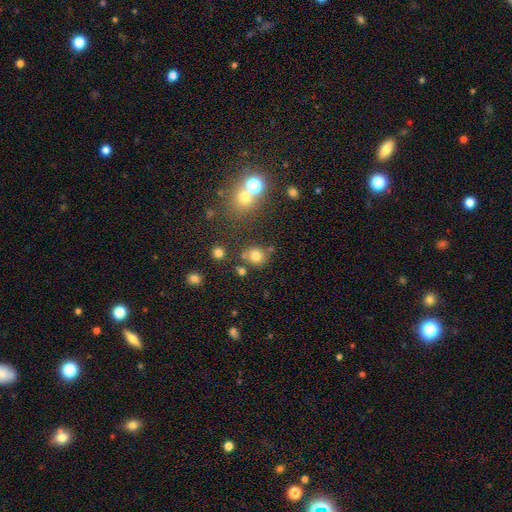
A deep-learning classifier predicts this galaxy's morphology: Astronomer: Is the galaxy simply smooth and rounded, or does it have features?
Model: smooth — 76%.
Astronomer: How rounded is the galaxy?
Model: round — 77%.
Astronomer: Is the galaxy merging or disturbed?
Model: none — 72%.